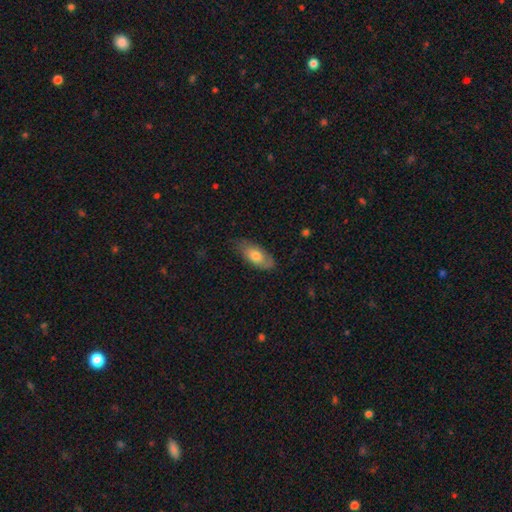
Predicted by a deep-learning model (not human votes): smooth-or-featured: smooth: 69% | featured or disk: 25% | star or artifact: 6%
  how-rounded: in between: 88% | cigar-shaped: 9% | round: 3%
  merging: none: 70% | minor disturbance: 24% | major disturbance: 5% | merger: 1%